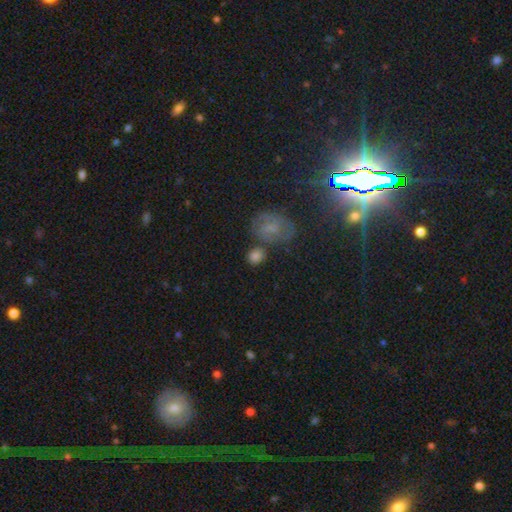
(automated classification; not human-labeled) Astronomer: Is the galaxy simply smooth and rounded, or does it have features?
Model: smooth — 77%.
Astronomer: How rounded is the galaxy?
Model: round — 74%.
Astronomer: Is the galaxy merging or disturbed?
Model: none — 66%.